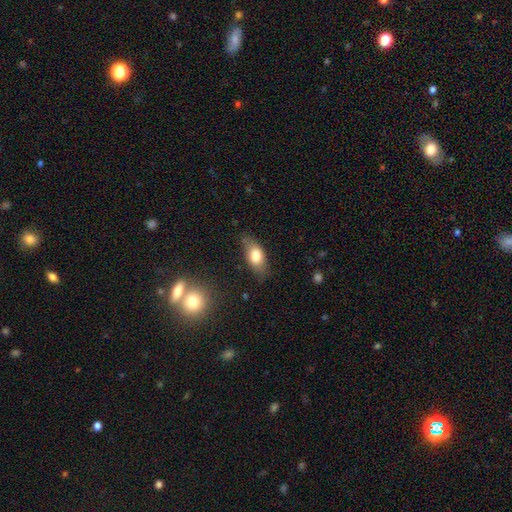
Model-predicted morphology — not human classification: smooth-or-featured: smooth: 74% | featured or disk: 18% | star or artifact: 8%
  how-rounded: in between: 85% | cigar-shaped: 10% | round: 5%
  merging: none: 74% | minor disturbance: 19% | major disturbance: 4% | merger: 2%